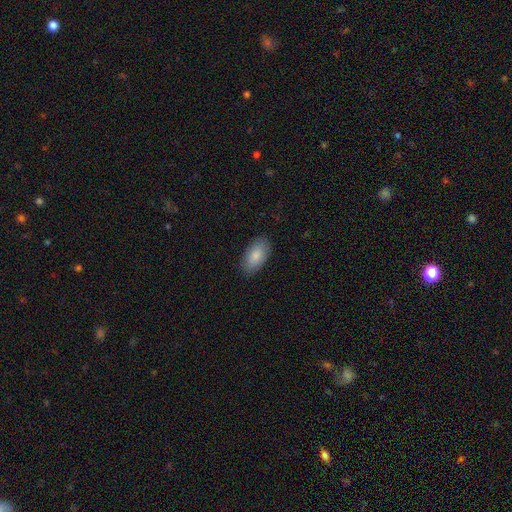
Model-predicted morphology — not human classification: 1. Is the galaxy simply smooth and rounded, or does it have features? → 86% smooth, 8% featured or disk, 6% star or artifact.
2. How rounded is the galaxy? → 94% in between, 3% cigar-shaped, 3% round.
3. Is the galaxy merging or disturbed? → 86% none, 10% minor disturbance, 2% major disturbance, 1% merger.